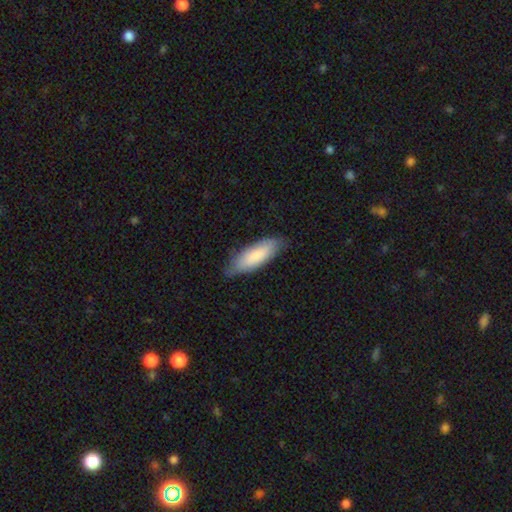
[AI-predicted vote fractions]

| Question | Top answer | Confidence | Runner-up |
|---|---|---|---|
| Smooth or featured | smooth | 80% | featured or disk (14%) |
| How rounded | in between | 61% | cigar-shaped (37%) |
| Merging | none | 74% | minor disturbance (21%) |